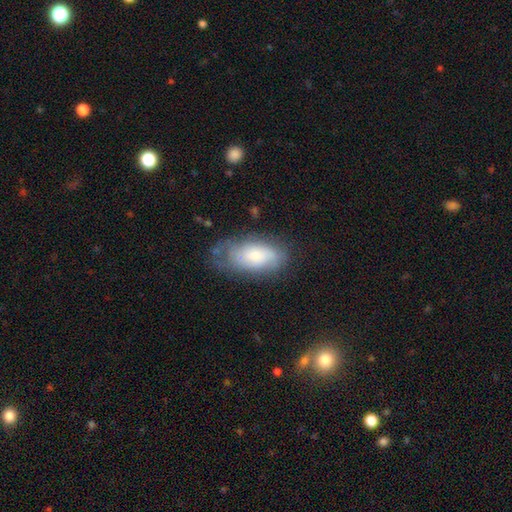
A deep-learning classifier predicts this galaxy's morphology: smooth_or_featured: smooth (p=0.51) [alt: featured or disk p=0.41]
how_rounded: in between (p=0.91) [alt: cigar-shaped p=0.05]
merging: none (p=0.53) [alt: minor disturbance p=0.30]